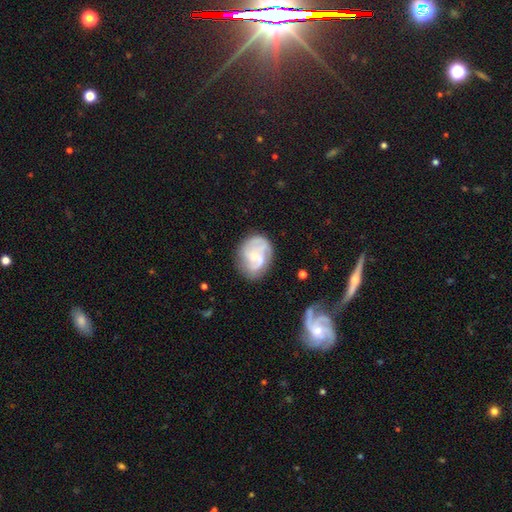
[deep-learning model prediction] featured or disk 69%, smooth 24%, star or artifact 7%. Down the decision tree: edge-on disk — no (98%); bar — no (66%); spiral arms — yes (83%); spiral arm count — 2 (35%); spiral winding — medium (42%); bulge size — small (58%); merging — none (63%).